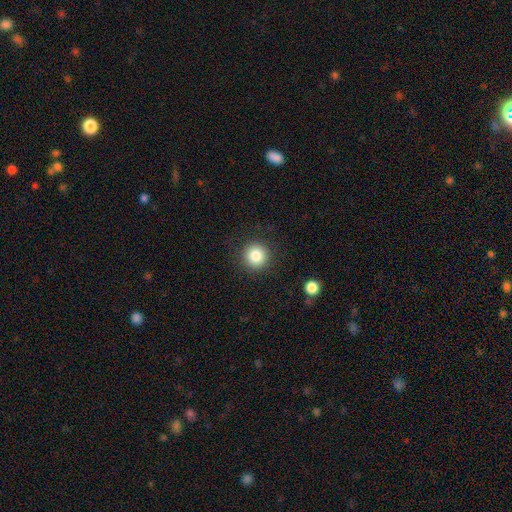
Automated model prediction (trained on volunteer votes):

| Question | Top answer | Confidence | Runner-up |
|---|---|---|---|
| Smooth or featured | smooth | 84% | star or artifact (10%) |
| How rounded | round | 95% | in between (4%) |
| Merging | none | 90% | minor disturbance (6%) |